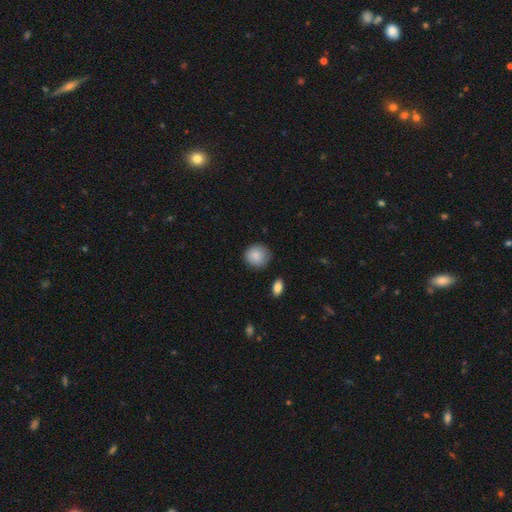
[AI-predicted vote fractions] The model was most divided on "merging": none: 82%, minor disturbance: 13%, major disturbance: 3%, merger: 2%. More confident: smooth or featured — smooth (87%); how rounded — round (87%).